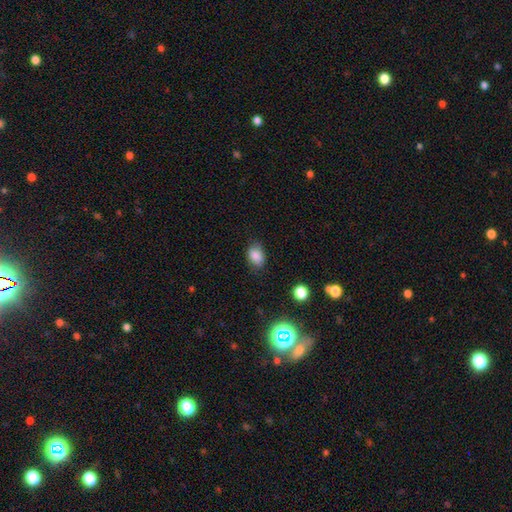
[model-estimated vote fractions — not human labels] smooth 85%, star or artifact 10%, featured or disk 6%. Down the decision tree: how rounded — in between (78%); merging — none (78%).